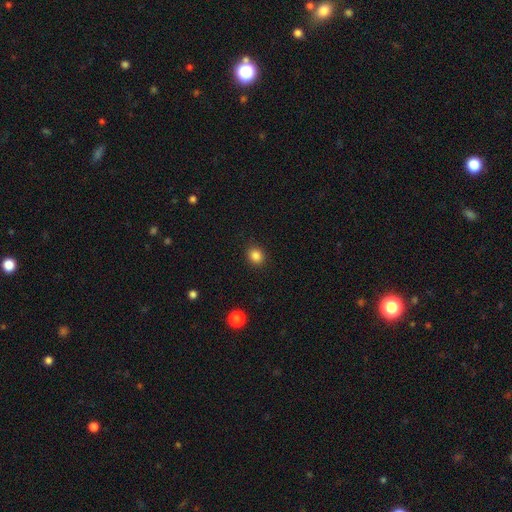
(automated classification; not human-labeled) Overall: smooth (85%). How rounded: round (71%). Merging: none (90%).